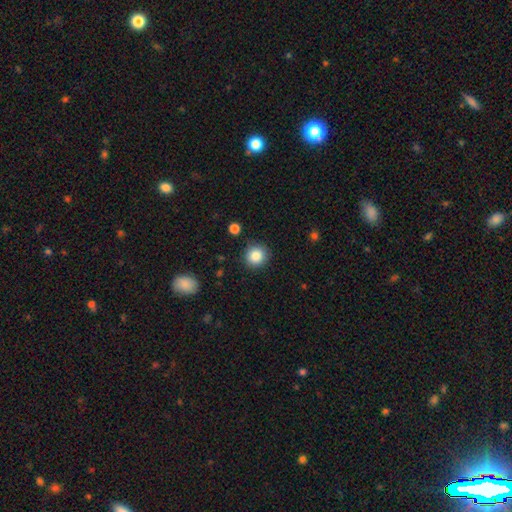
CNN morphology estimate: This appears to be a smooth galaxy with no disk features (86%) that is round (91%). Merging: none (89%).